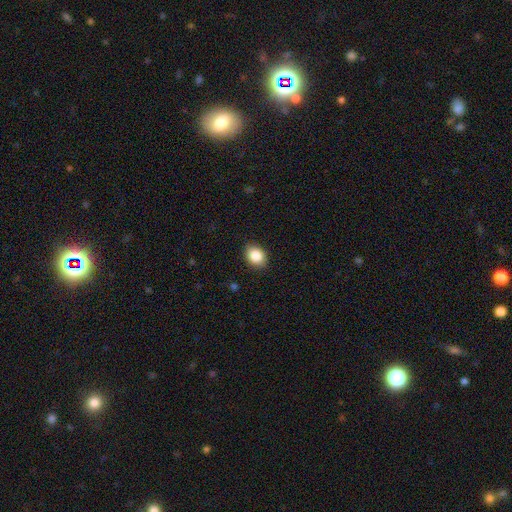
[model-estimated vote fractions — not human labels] A smooth galaxy with no disk features (87%) that is in between round and cigar-shaped (61%). Merging: none (87%).